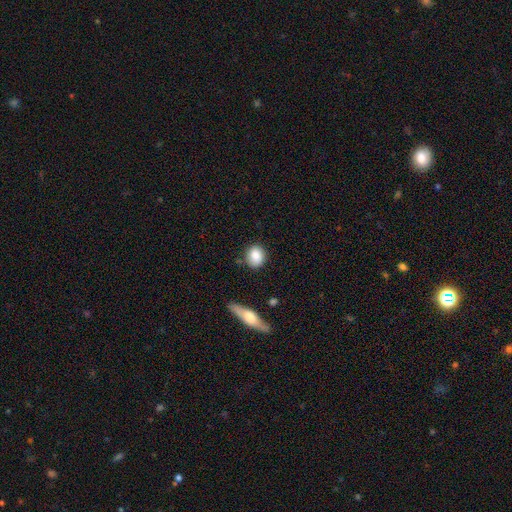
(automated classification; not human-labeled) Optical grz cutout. It shows a smooth galaxy with no disk features (85%) that is round (68%). Merging: none (79%).